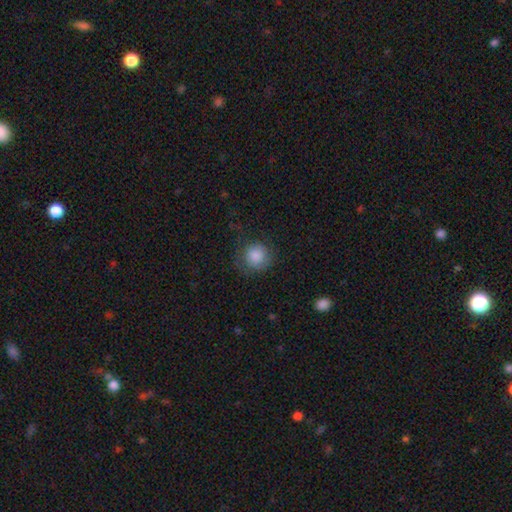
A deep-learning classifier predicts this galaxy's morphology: smooth_or_featured: smooth (p=0.86) [alt: star or artifact p=0.08]
how_rounded: round (p=0.92) [alt: in between p=0.07]
merging: none (p=0.70) [alt: minor disturbance p=0.18]